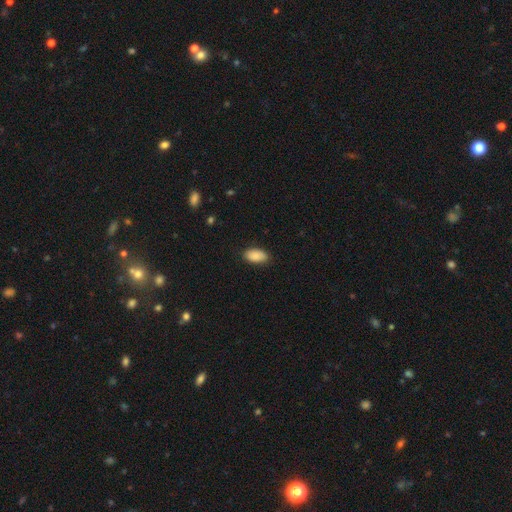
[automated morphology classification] This is clearly a smooth galaxy (89%). How rounded: clearly in between (94%). Merging: clearly none (86%).